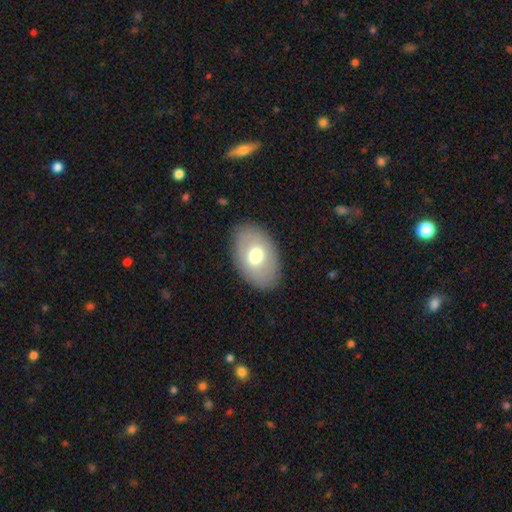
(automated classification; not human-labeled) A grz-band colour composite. It shows a smooth galaxy with no disk features (65%) that is in between round and cigar-shaped (86%). Merging: none (85%).